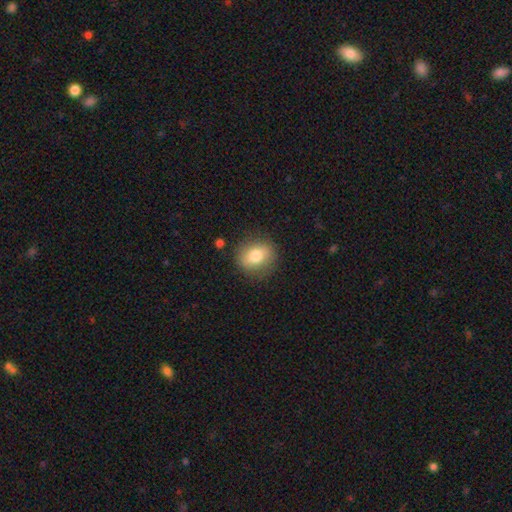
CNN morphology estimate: Overall: smooth (77%). How rounded: round (69%; in between 30%). Merging: none (83%).